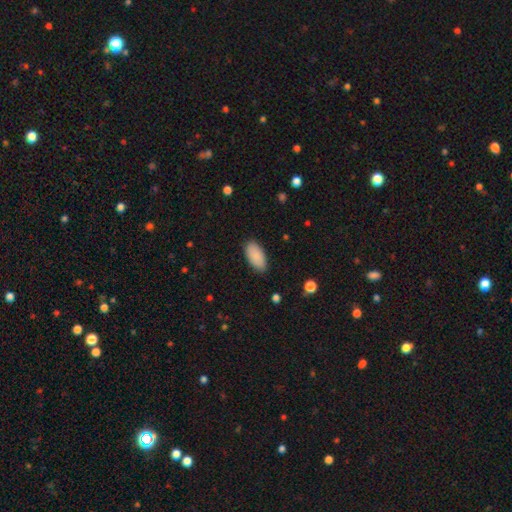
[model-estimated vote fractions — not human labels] Smooth or featured? Predicted: smooth (p=0.89). How rounded? Predicted: in between (p=0.95). Merging? Predicted: none (p=0.86).